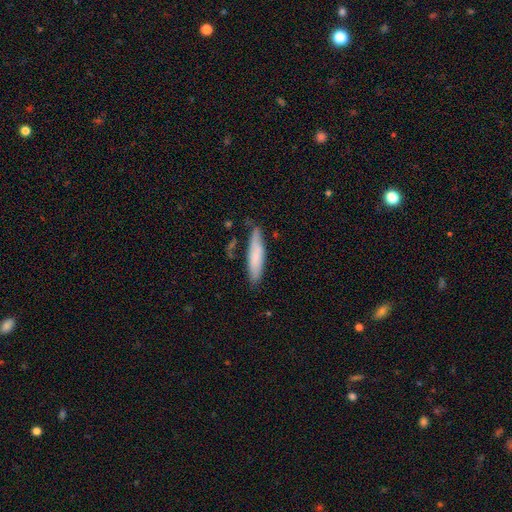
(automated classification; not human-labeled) Morphology: type=smooth (73%); roundness=cigar-shaped (78%); merging=none (72%).